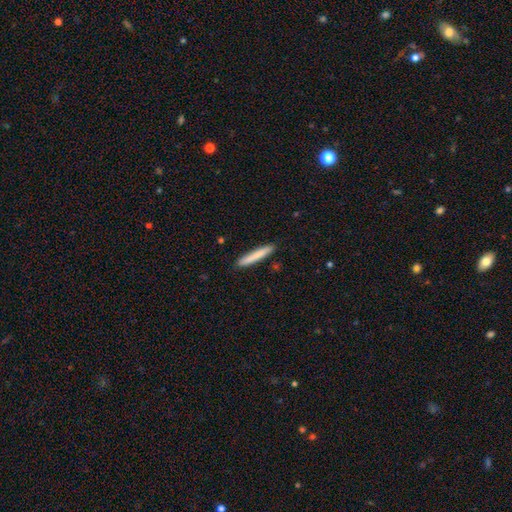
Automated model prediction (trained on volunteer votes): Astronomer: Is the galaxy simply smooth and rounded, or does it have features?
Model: smooth — 79%.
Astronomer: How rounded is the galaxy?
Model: cigar-shaped — 96%.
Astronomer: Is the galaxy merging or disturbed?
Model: none — 91%.